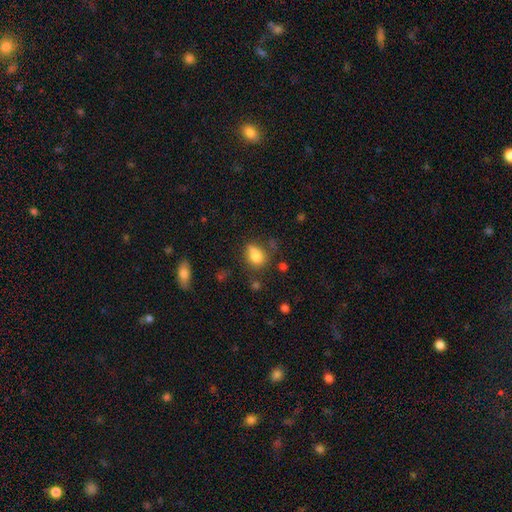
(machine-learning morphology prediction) Smooth or featured: smooth — 80% (star or artifact — 10%)
How rounded: in between — 71% (round — 27%)
Merging: none — 58% (minor disturbance — 25%)